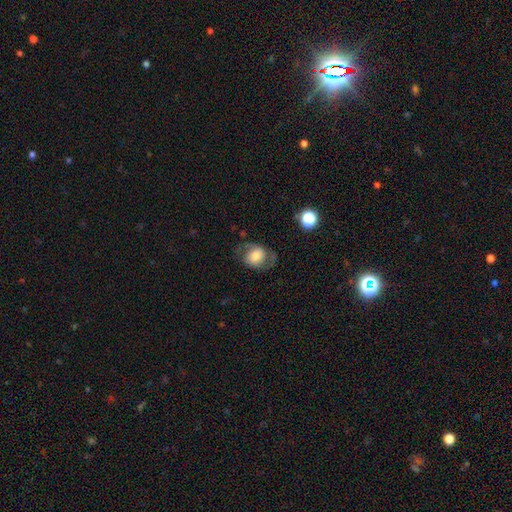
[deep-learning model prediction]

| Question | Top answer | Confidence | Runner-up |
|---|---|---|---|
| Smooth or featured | featured or disk | 55% | smooth (37%) |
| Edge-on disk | no | 96% | yes (4%) |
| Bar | no | 64% | weak (27%) |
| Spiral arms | yes | 77% | no (23%) |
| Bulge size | moderate | 43% | large (28%) |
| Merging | none | 66% | minor disturbance (17%) |